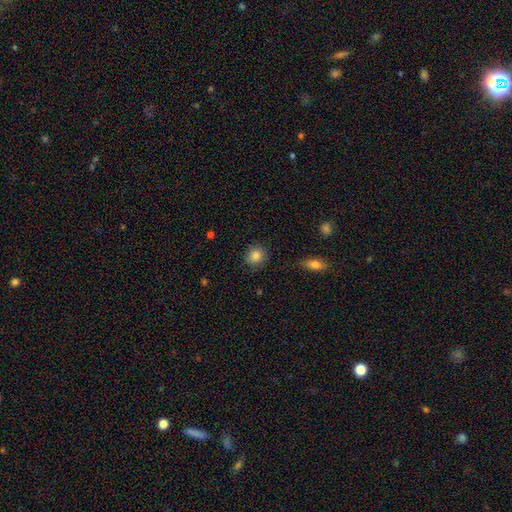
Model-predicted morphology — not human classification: The model was most divided on "how rounded": round: 86%, in between: 13%, cigar-shaped: 1%. More confident: merging — none (88%); smooth or featured — smooth (83%).